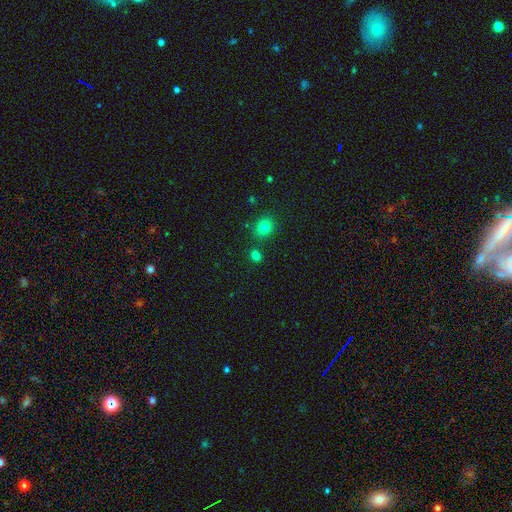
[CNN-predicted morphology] This is likely a smooth galaxy (78%). How rounded: possibly round (50%). Merging: likely none (75%).